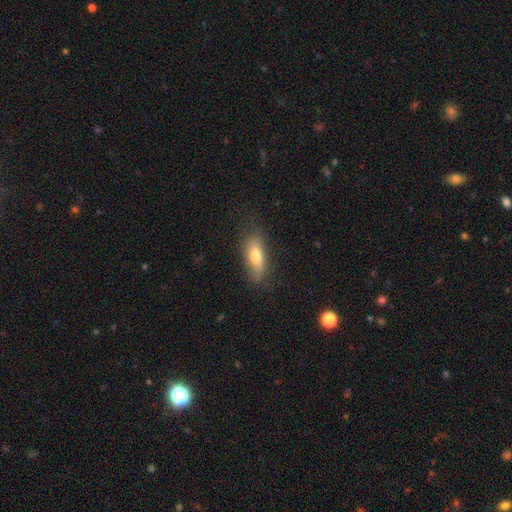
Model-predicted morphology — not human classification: A smooth galaxy with no disk features (71%) that is in between round and cigar-shaped (66%). Merging: none (69%).